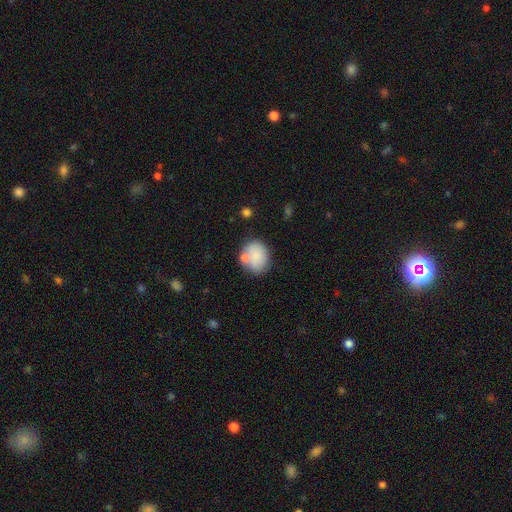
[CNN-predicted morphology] Smooth or featured?
  - smooth: 82% *
  - featured or disk: 10%
  - star or artifact: 8%
How rounded?
  - round: 58% *
  - in between: 41%
  - cigar-shaped: 1%
Merging?
  - none: 62% *
  - minor disturbance: 17%
  - merger: 16%
  - major disturbance: 6%